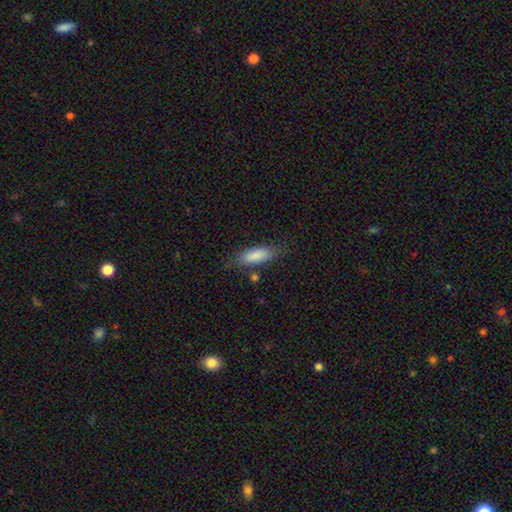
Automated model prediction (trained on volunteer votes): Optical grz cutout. It shows a smooth galaxy with no disk features (85%) that is in between round and cigar-shaped (70%). Merging: none (72%).